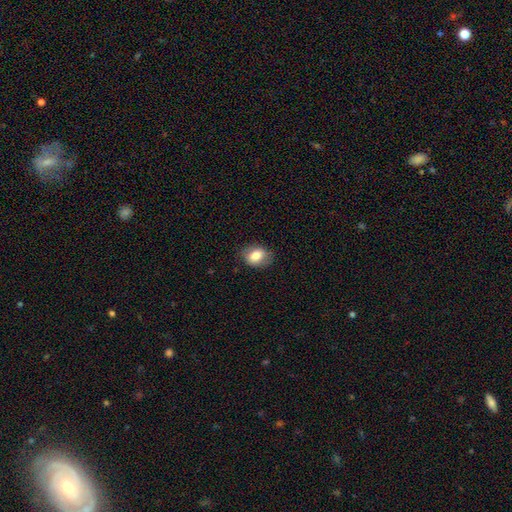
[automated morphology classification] This appears to be a smooth galaxy with no disk features (79%) that is in between round and cigar-shaped (67%). Merging: none (80%).